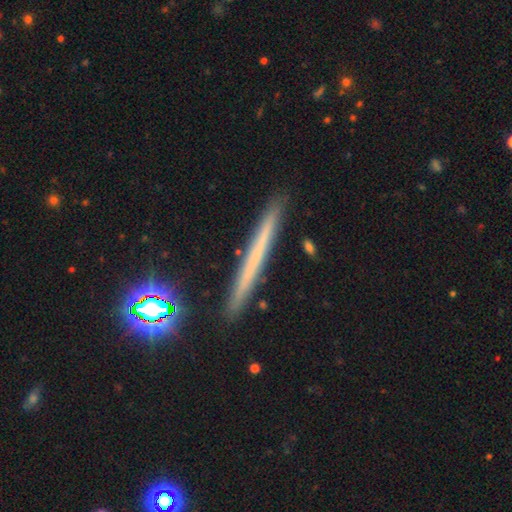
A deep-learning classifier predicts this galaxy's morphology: Smooth or featured: smooth — 46% (featured or disk — 42%)
Merging: none — 91% (minor disturbance — 7%)